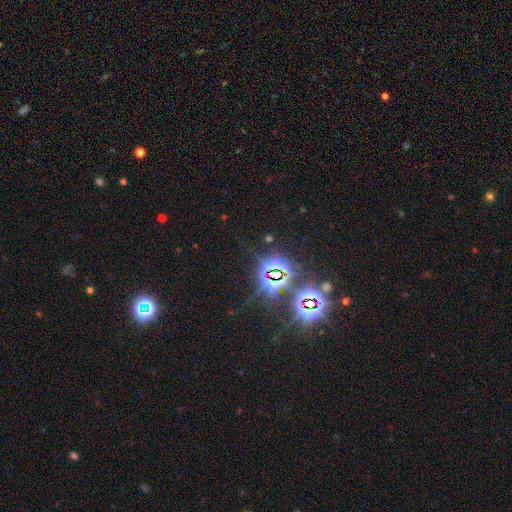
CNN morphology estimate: type=star or artifact (82%).